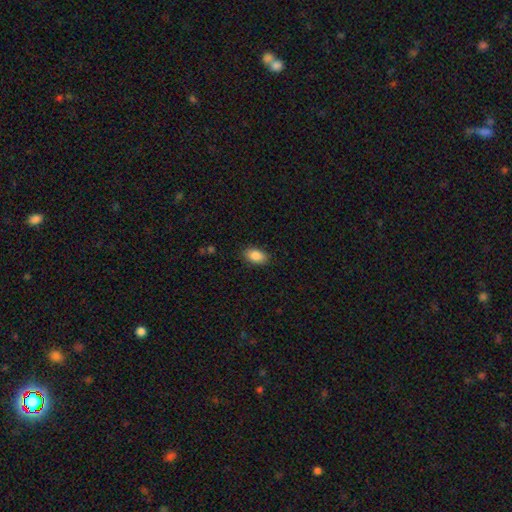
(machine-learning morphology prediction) This appears to be a smooth galaxy with no disk features (87%) that is in between round and cigar-shaped (91%). Merging: none (87%).